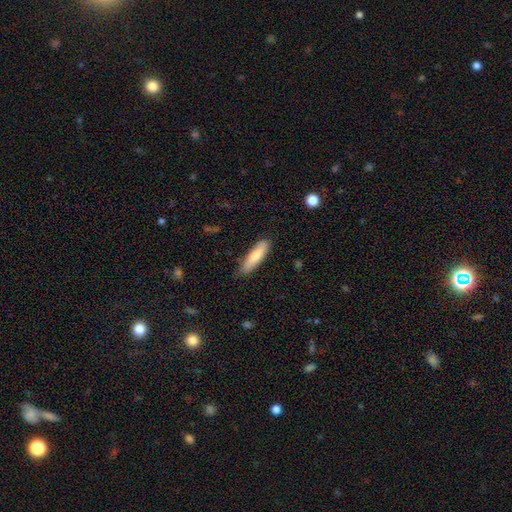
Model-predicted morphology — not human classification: Smooth or featured? smooth (77%)
How rounded? cigar-shaped (67%)
Merging? none (80%)